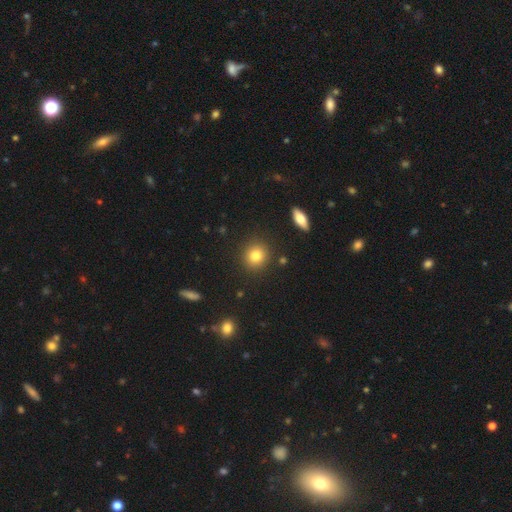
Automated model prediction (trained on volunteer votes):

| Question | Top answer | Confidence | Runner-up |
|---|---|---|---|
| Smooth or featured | smooth | 82% | star or artifact (10%) |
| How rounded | round | 83% | in between (15%) |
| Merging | none | 88% | minor disturbance (7%) |